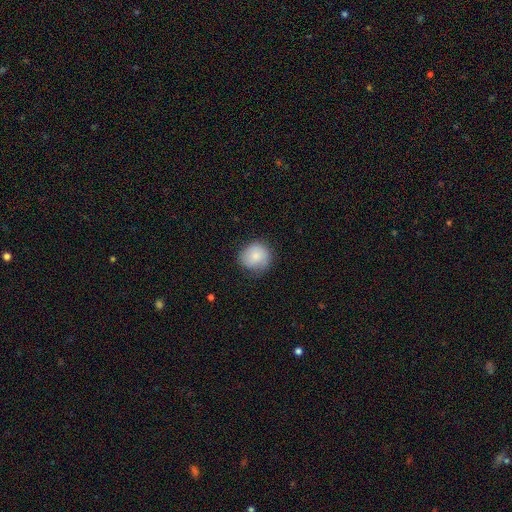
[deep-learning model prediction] Smooth or featured? Predicted: smooth (p=0.84). How rounded? Predicted: round (p=0.85). Merging? Predicted: none (p=0.73).